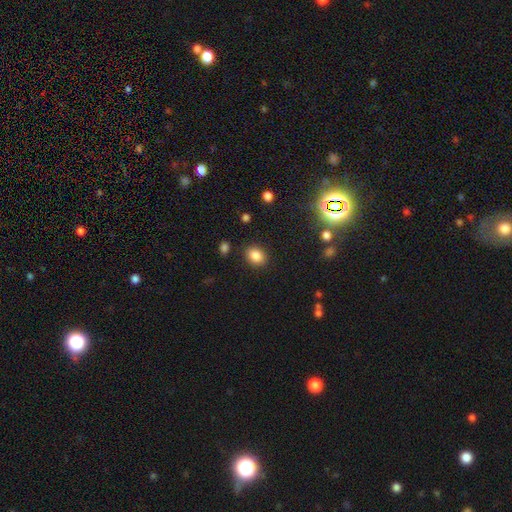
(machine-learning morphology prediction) Smooth or featured?
  - smooth: 85% *
  - star or artifact: 10%
  - featured or disk: 5%
How rounded?
  - in between: 53% *
  - round: 46%
  - cigar-shaped: 1%
Merging?
  - none: 87% *
  - minor disturbance: 8%
  - major disturbance: 3%
  - merger: 2%